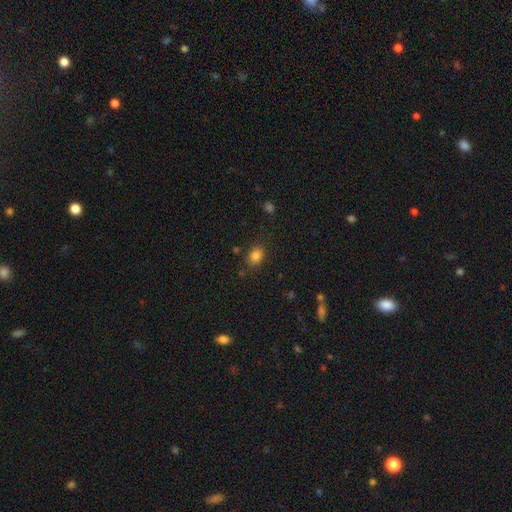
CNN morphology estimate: This is clearly a smooth galaxy (83%). How rounded: possibly in between (57%). Merging: likely none (79%).